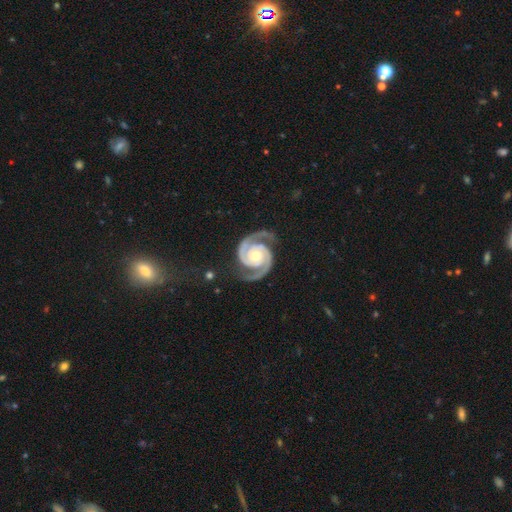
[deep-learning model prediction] This is clearly a featured or disk galaxy (94%). It is clearly not viewed edge-on (98%). Bar: likely no (73%). Spiral arm pattern: clearly yes (99%). Spiral arm count: clearly 2 (95%). Spiral winding: possibly tight (53%). Central bulge: possibly moderate (60%). Merging: clearly none (82%).